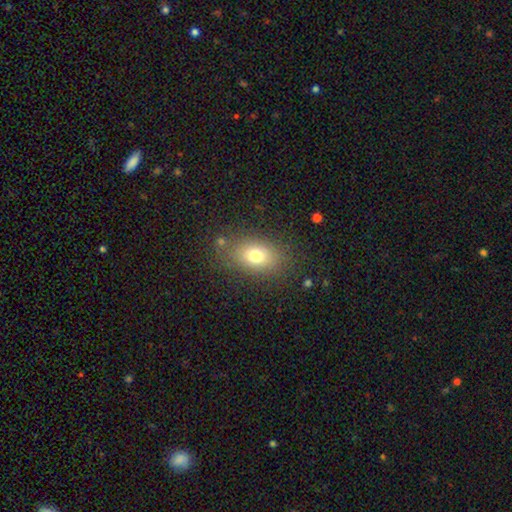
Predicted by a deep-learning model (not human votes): This appears to be a smooth galaxy with no disk features (74%) that is in between round and cigar-shaped (78%). Merging: none (80%).